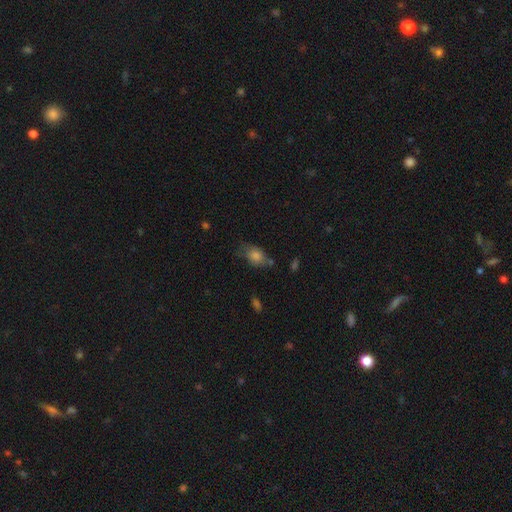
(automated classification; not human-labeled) This appears to be a smooth galaxy with no disk features (73%) that is in between round and cigar-shaped (73%). Merging: none (55%).